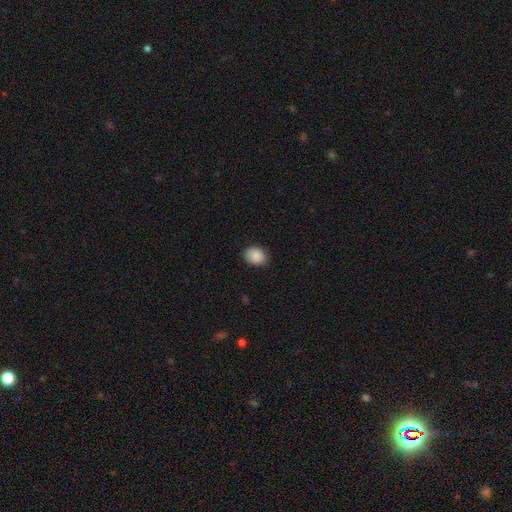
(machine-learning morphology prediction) smooth-or-featured: smooth: 89% | star or artifact: 7% | featured or disk: 4%
  how-rounded: in between: 61% | round: 38% | cigar-shaped: 1%
  merging: none: 84% | minor disturbance: 13% | major disturbance: 2% | merger: 1%